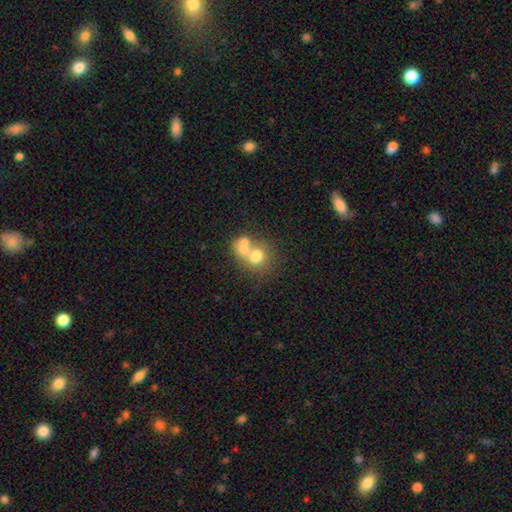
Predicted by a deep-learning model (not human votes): This appears to be a smooth galaxy with no disk features (64%) that is round (69%). Merging: merger (59%).